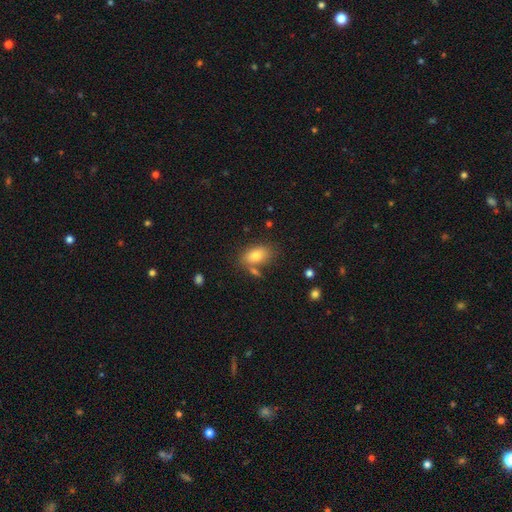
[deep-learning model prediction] A smooth galaxy with no disk features (80%) that is in between round and cigar-shaped (89%).

Vote fractions:
- Smooth or featured? smooth: 80% / featured or disk: 12% / star or artifact: 8%
- How rounded? in between: 89% / round: 8% / cigar-shaped: 2%
- Merging? none: 66% / minor disturbance: 15% / merger: 14% / major disturbance: 5%